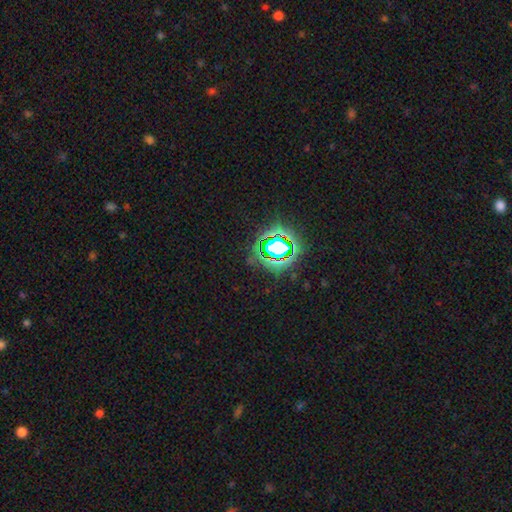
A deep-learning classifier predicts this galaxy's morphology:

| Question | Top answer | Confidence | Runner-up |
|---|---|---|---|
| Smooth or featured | star or artifact | 79% | smooth (13%) |